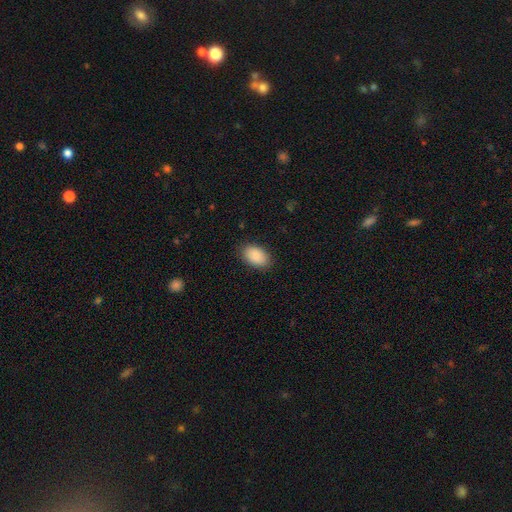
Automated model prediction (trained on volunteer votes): A smooth galaxy with no disk features (91%) that is in between round and cigar-shaped (92%).

Vote fractions:
- Smooth or featured? smooth: 91% / star or artifact: 7% / featured or disk: 3%
- How rounded? in between: 92% / round: 7% / cigar-shaped: 1%
- Merging? none: 87% / minor disturbance: 10% / major disturbance: 2% / merger: 1%